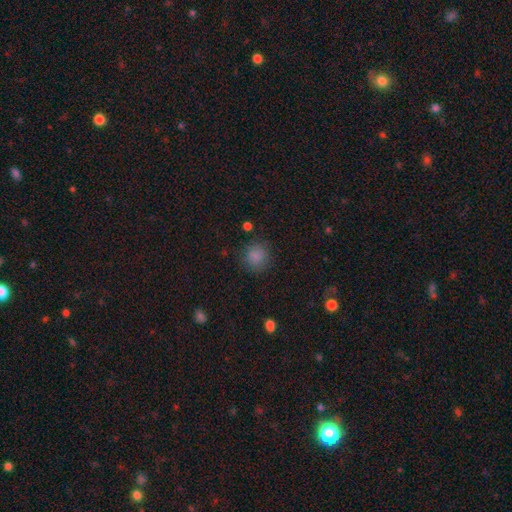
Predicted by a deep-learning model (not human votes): Morphology: type=smooth (84%); roundness=round (89%); merging=none (82%).